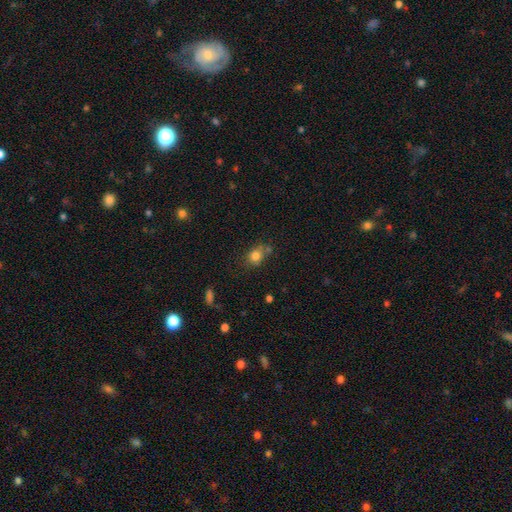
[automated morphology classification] type=smooth (80%); roundness=round (59%); merging=none (58%).